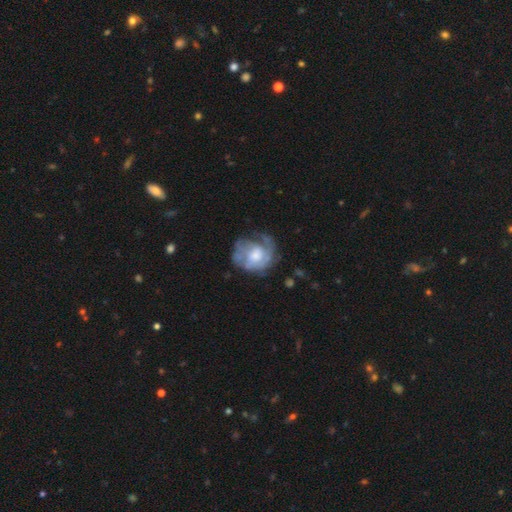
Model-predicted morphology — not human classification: A featured or disk galaxy (67%) with no bar (76%), spiral arms (72%) and a moderate central bulge (48%). Merging: none (49%).